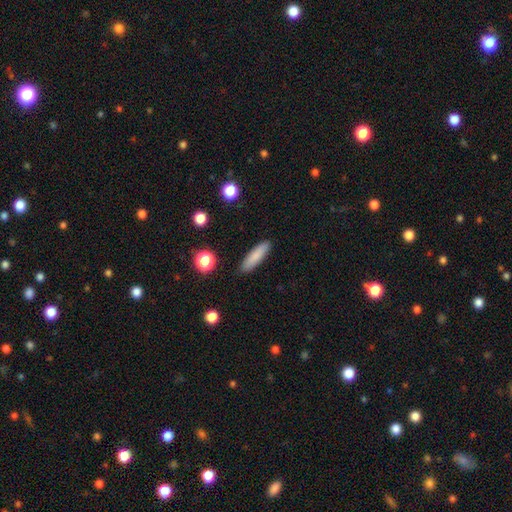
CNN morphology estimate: smooth_or_featured: smooth (p=0.84) [alt: featured or disk p=0.09]
how_rounded: cigar-shaped (p=0.73) [alt: in between p=0.25]
merging: none (p=0.90) [alt: minor disturbance p=0.07]